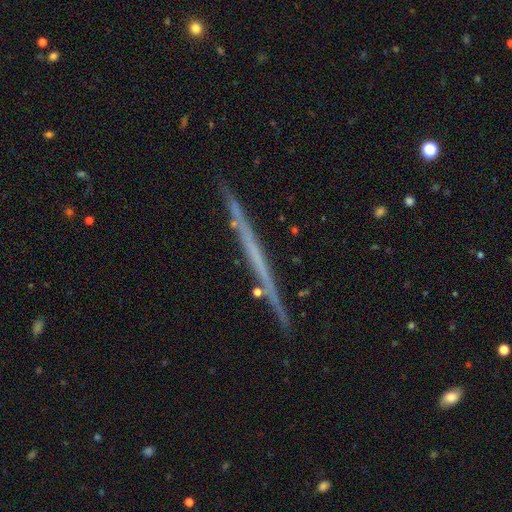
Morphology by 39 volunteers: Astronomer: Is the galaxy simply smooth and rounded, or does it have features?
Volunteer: featured or disk — 59% (runner-up: smooth, 36%).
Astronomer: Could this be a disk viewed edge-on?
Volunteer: yes — 100%.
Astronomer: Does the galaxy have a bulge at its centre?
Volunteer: none — 96%.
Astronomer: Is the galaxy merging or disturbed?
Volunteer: none — 92%.